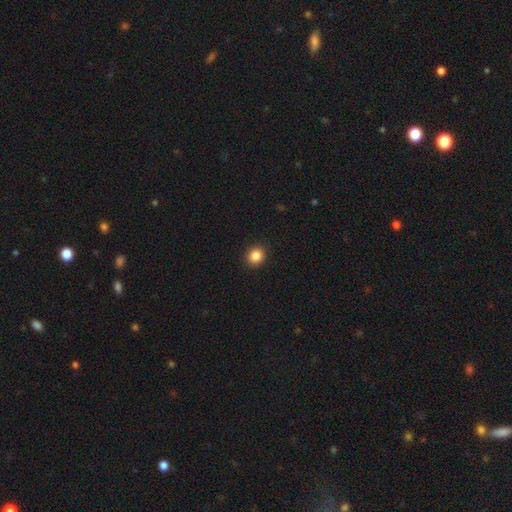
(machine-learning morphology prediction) Smooth or featured? smooth (86%)
How rounded? round (76%)
Merging? none (92%)